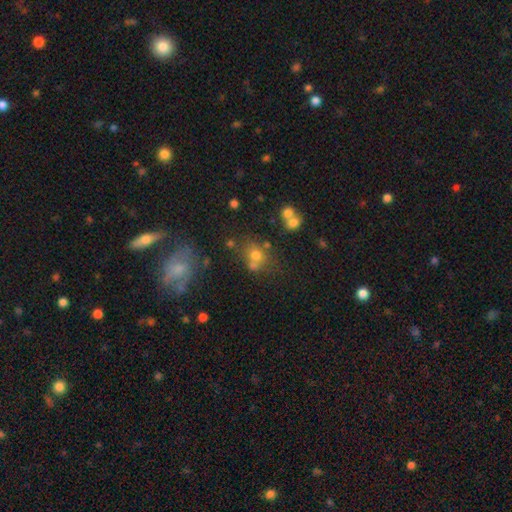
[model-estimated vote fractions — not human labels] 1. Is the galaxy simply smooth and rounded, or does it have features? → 65% smooth, 18% star or artifact, 16% featured or disk.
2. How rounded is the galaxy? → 66% round, 33% in between, 1% cigar-shaped.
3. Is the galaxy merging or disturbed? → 51% none, 28% merger, 14% minor disturbance, 7% major disturbance.